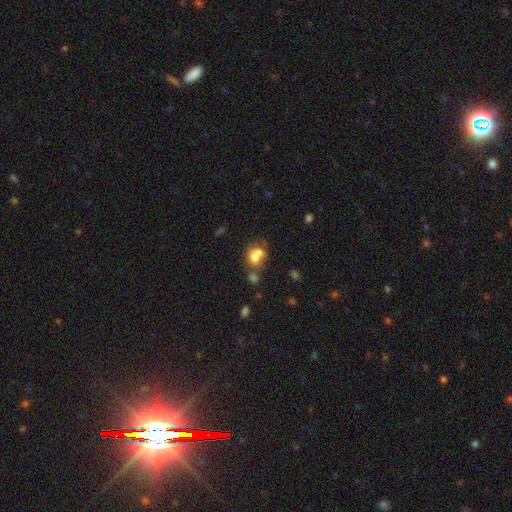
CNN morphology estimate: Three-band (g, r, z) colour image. It shows a smooth galaxy with no disk features (70%) that is round (59%). Merging: merger (55%).